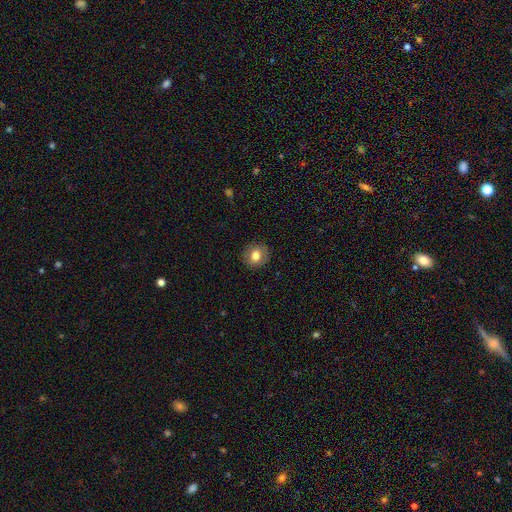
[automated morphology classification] This appears to be a smooth galaxy with no disk features (76%) that is round (82%). Merging: none (88%).